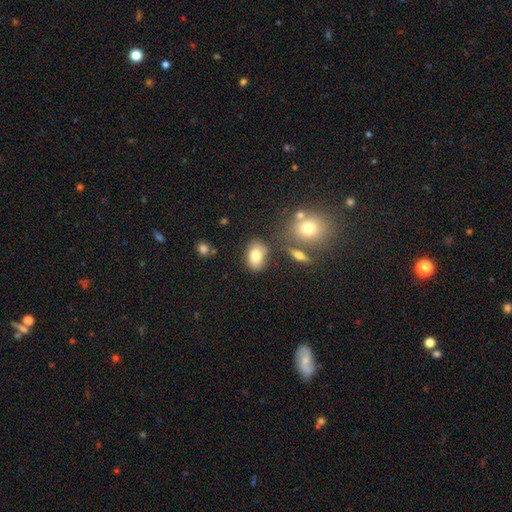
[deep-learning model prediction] Morphology: type=smooth (80%); roundness=in between (82%); merging=none (75%).